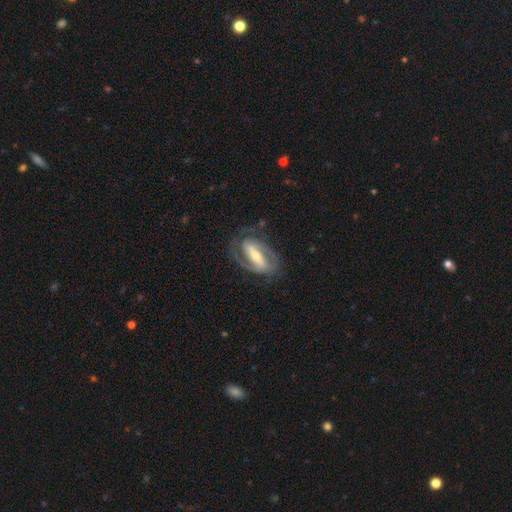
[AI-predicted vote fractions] This appears to be a featured or disk galaxy (87%) with a strong bar (72%), 2 (87%) medium (45%) spiral arms (93%) and a moderate central bulge (49%). Merging: none (73%).